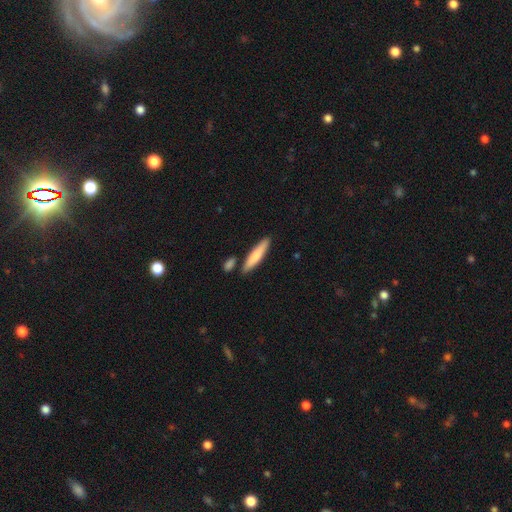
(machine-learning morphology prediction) Overall: smooth (76%). How rounded: cigar-shaped (84%). Merging: none (81%).